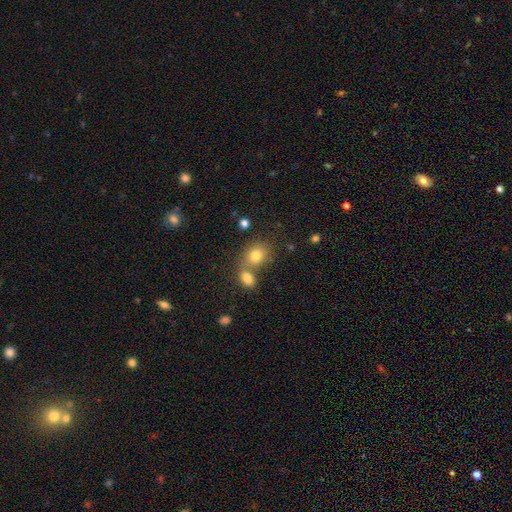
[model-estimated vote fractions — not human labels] This appears to be a smooth galaxy with no disk features (78%) that is round (51%). Merging: none (47%).